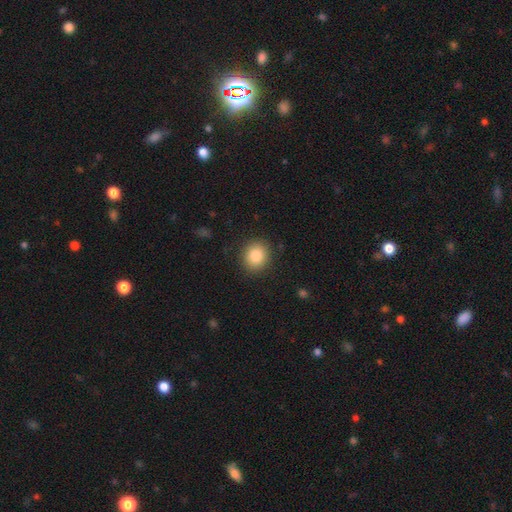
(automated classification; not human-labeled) Smooth or featured? smooth (84%)
How rounded? round (81%)
Merging? none (89%)